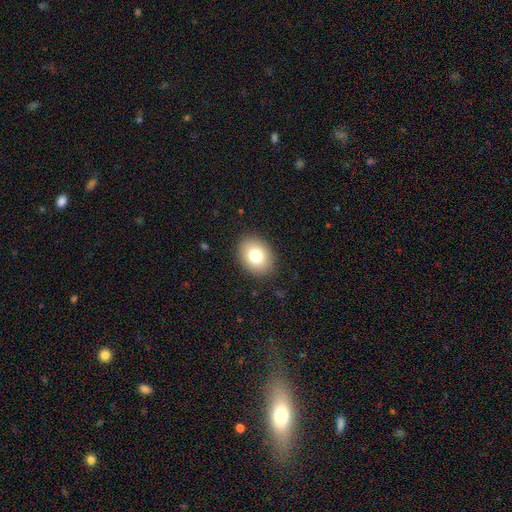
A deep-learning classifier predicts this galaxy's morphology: type=smooth (78%); roundness=in between (67%); merging=none (88%).